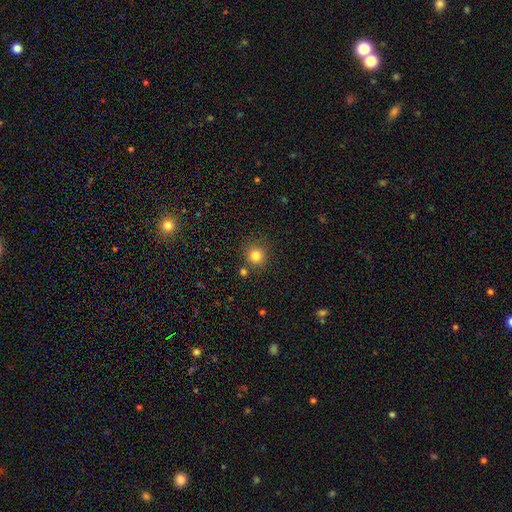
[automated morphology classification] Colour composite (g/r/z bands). It shows a smooth galaxy with no disk features (81%) that is round (92%). Merging: none (82%).